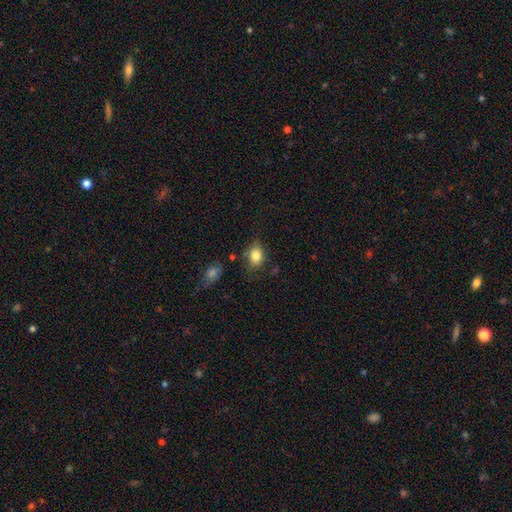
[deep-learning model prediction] Smooth or featured? smooth (83%)
How rounded? in between (67%)
Merging? none (68%)